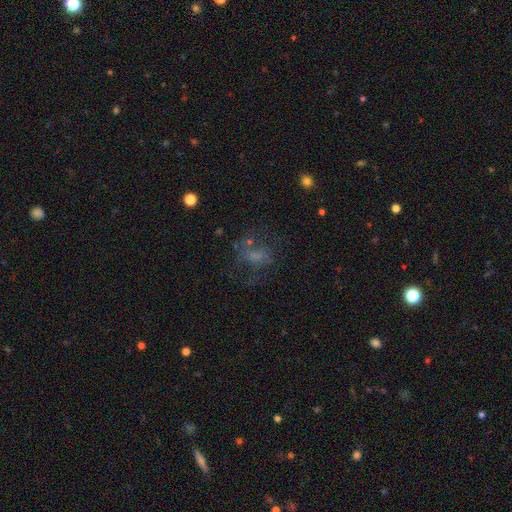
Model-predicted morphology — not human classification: smooth_or_featured: smooth (p=0.41) [alt: featured or disk p=0.37]
merging: none (p=0.46) [alt: major disturbance p=0.29]